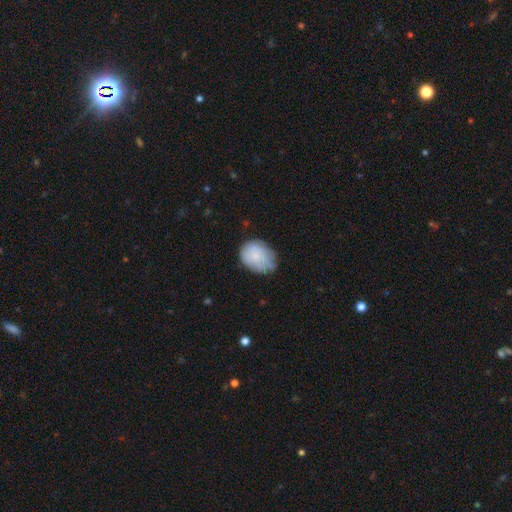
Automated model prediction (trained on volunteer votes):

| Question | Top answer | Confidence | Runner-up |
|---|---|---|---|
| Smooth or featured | smooth | 69% | featured or disk (23%) |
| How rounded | in between | 55% | round (44%) |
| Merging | none | 57% | minor disturbance (31%) |